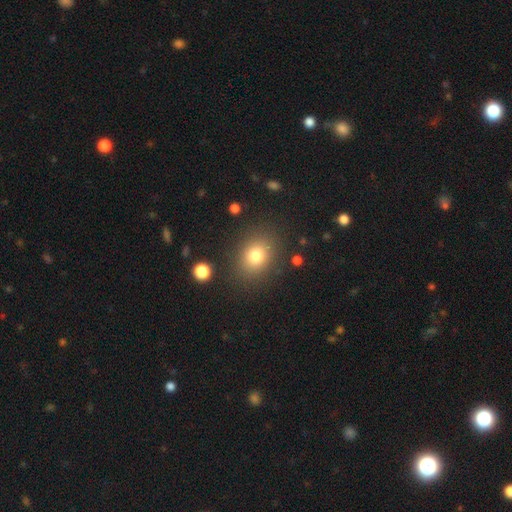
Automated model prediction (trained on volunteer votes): smooth 79%, star or artifact 12%, featured or disk 9%. Down the decision tree: how rounded — round (51%); merging — none (84%).